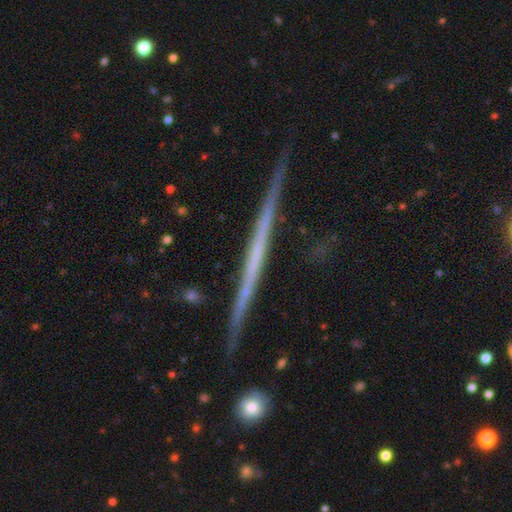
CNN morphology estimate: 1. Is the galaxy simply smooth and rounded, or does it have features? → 73% featured or disk, 22% smooth, 5% star or artifact.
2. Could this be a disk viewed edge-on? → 98% yes, 2% no.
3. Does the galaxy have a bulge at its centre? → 91% none, 5% rounded, 4% boxy.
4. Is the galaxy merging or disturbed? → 90% none, 7% minor disturbance, 1% major disturbance, 1% merger.